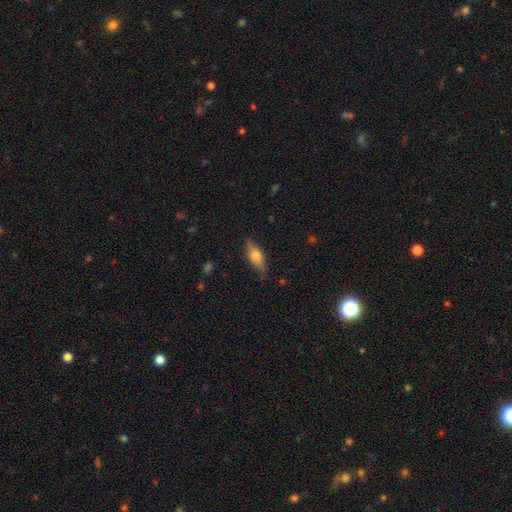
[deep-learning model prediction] Smooth or featured? Predicted: smooth (p=0.61). How rounded? Predicted: in between (p=0.66). Merging? Predicted: none (p=0.77).